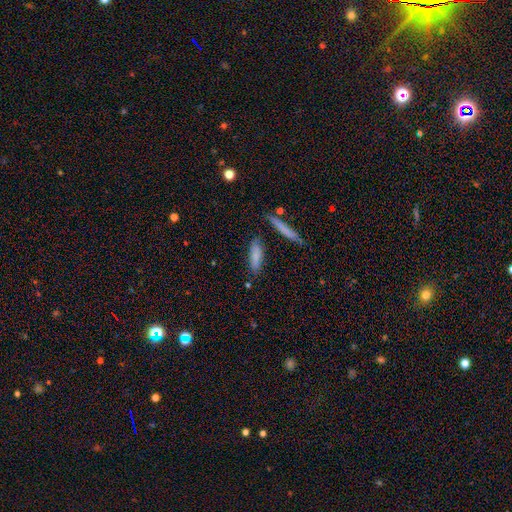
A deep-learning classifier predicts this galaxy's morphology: Smooth or featured?
  - smooth: 80% *
  - featured or disk: 13%
  - star or artifact: 7%
How rounded?
  - cigar-shaped: 60% *
  - in between: 38%
  - round: 2%
Merging?
  - none: 76% *
  - minor disturbance: 15%
  - merger: 6%
  - major disturbance: 4%